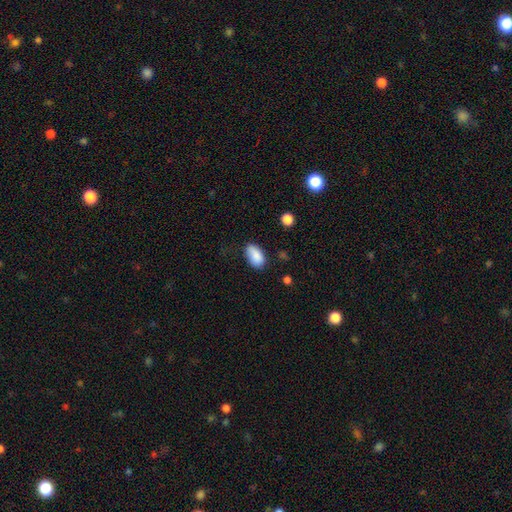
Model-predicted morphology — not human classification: Q: Smooth or featured?
A: smooth (87%); runner-up: star or artifact (7%)
Q: How rounded?
A: in between (93%); runner-up: round (5%)
Q: Merging?
A: none (71%); runner-up: minor disturbance (22%)